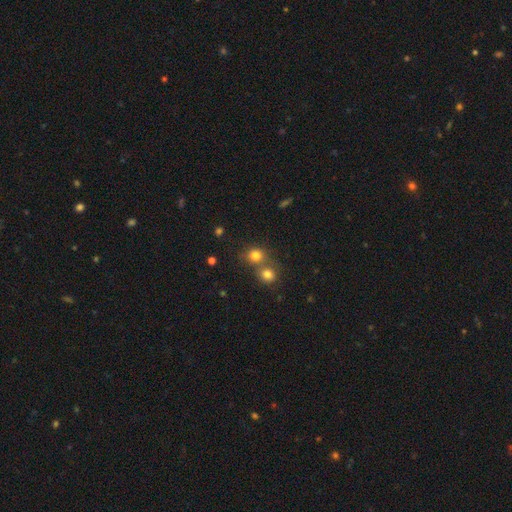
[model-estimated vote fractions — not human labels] This appears to be a smooth galaxy with no disk features (79%) that is round (80%). Merging: none (48%).